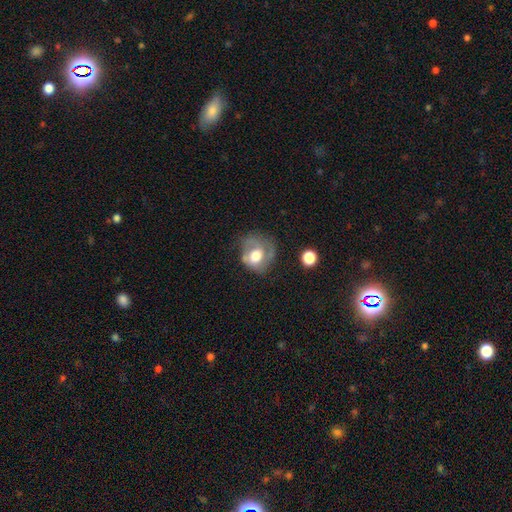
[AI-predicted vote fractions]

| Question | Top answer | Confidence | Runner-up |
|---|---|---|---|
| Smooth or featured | featured or disk | 51% | smooth (41%) |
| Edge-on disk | no | 97% | yes (3%) |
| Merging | none | 43% | minor disturbance (27%) |